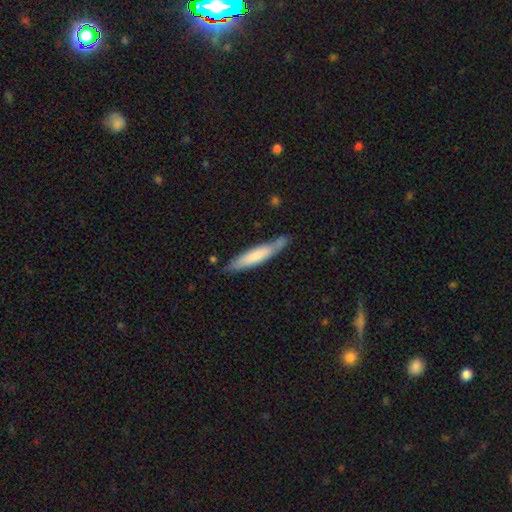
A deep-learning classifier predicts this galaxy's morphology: smooth 67%, featured or disk 28%, star or artifact 5%. Down the decision tree: how rounded — cigar-shaped (88%); merging — none (76%).